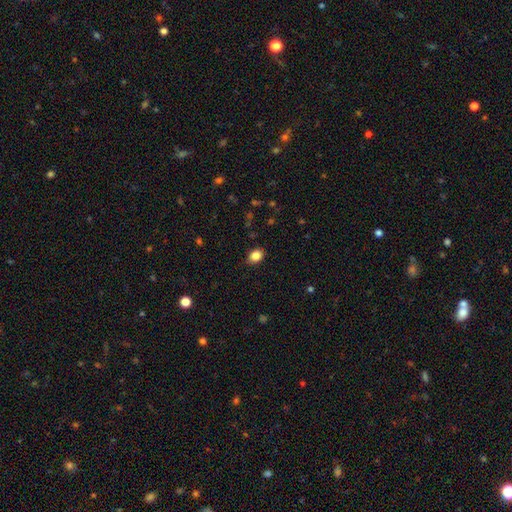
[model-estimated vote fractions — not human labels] Smooth or featured: smooth — 85% (star or artifact — 10%)
How rounded: in between — 61% (round — 38%)
Merging: none — 82% (minor disturbance — 14%)